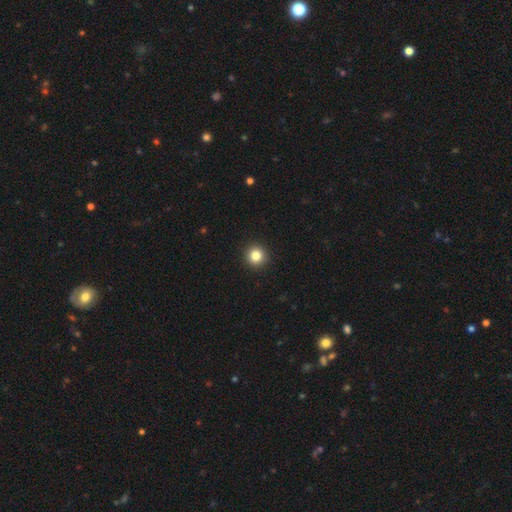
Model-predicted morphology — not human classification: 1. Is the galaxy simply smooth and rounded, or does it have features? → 84% smooth, 11% star or artifact, 6% featured or disk.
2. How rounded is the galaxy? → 95% round, 4% in between, 1% cigar-shaped.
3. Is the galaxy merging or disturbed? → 94% none, 4% minor disturbance, 1% major disturbance, 1% merger.